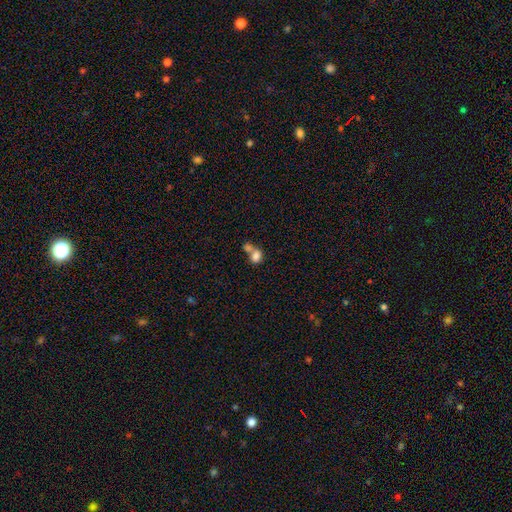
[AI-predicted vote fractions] Smooth or featured?
  - smooth: 78% *
  - featured or disk: 12%
  - star or artifact: 10%
How rounded?
  - in between: 58% *
  - round: 41%
  - cigar-shaped: 1%
Merging?
  - merger: 66% *
  - none: 22%
  - minor disturbance: 7%
  - major disturbance: 5%